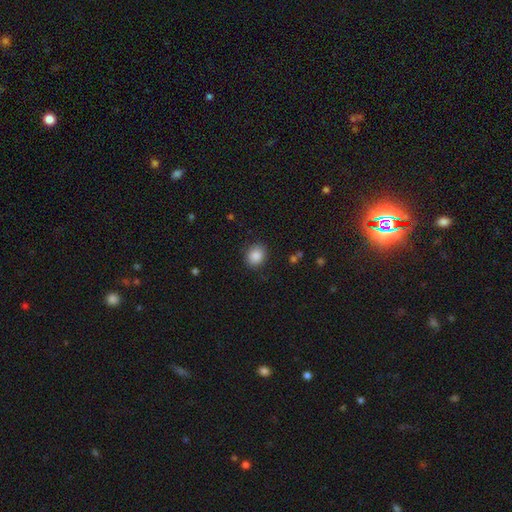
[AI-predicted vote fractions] smooth_or_featured: smooth (p=0.86) [alt: star or artifact p=0.09]
how_rounded: round (p=0.63) [alt: in between p=0.37]
merging: none (p=0.86) [alt: minor disturbance p=0.10]